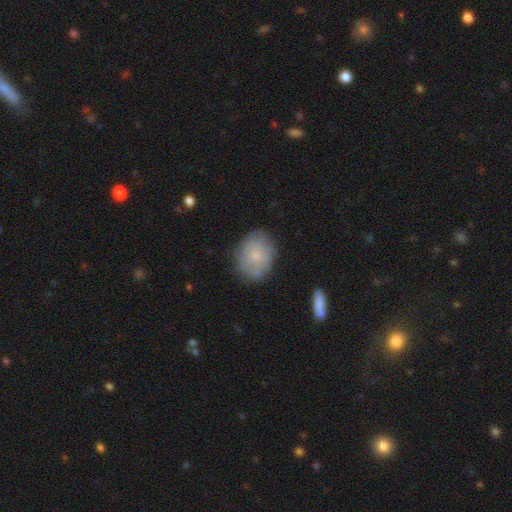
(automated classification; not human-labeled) The model was most divided on "how rounded": round: 52%, in between: 46%, cigar-shaped: 1%. More confident: merging — none (75%); smooth or featured — smooth (69%).